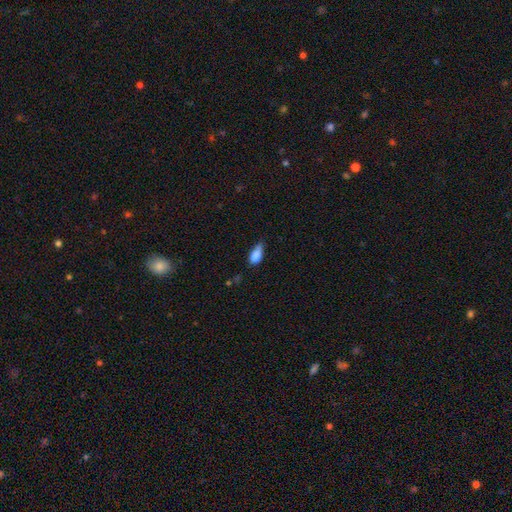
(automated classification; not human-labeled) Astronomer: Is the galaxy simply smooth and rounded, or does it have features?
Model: smooth — 83%.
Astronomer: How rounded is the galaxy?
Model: in between — 85%.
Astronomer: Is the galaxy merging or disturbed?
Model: minor disturbance — 46% (runner-up: none, 38%).